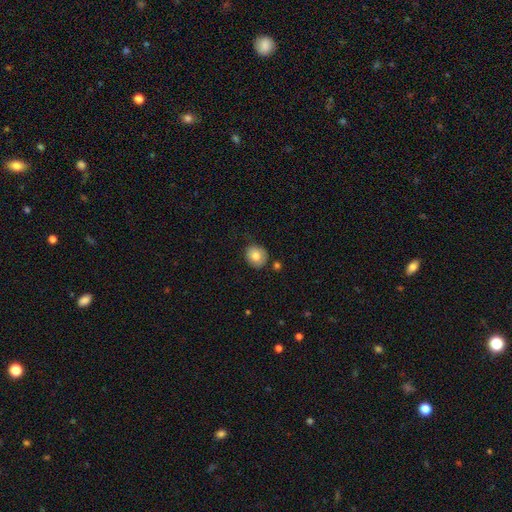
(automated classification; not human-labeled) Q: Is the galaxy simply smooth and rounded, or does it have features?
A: smooth — 78%.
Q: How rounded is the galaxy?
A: round — 78%.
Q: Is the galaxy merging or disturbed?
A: none — 77%.